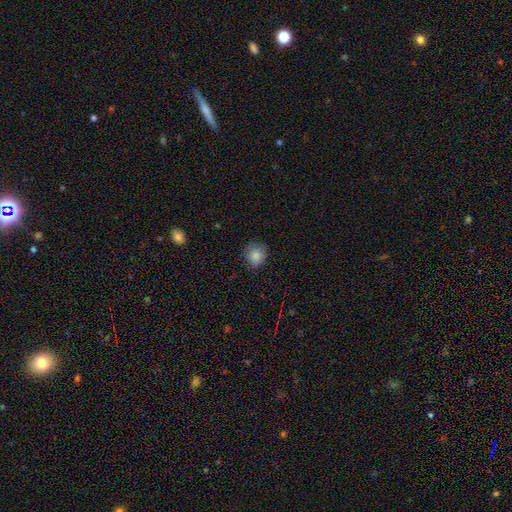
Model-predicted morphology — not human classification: The model was most divided on "how rounded": round: 84%, in between: 15%, cigar-shaped: 1%. More confident: smooth or featured — smooth (86%); merging — none (83%).